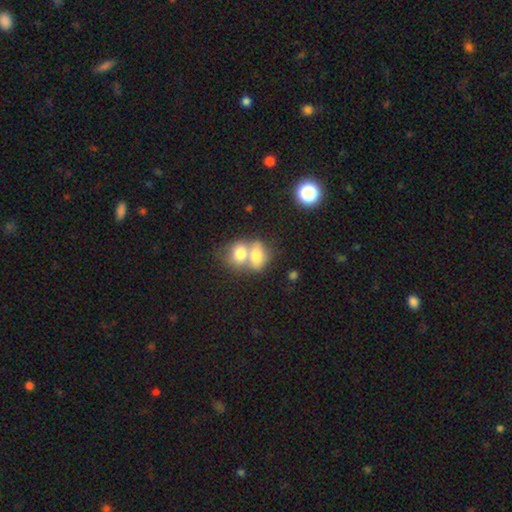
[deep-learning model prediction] Overall: smooth (74%). How rounded: in between (66%; round 33%). Merging: merger (72%).